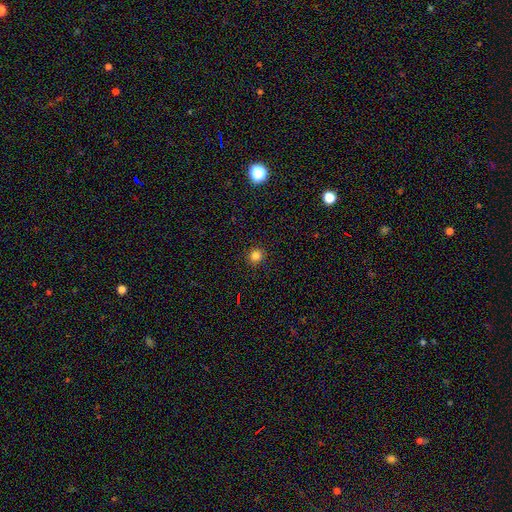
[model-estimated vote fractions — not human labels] Smooth or featured: smooth — 82% (star or artifact — 14%)
How rounded: round — 92% (in between — 7%)
Merging: none — 91% (minor disturbance — 6%)